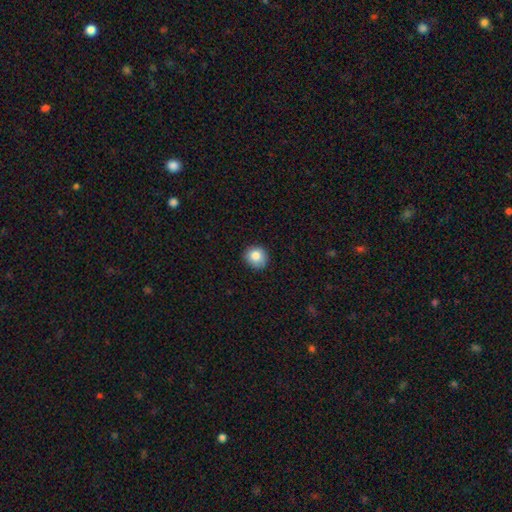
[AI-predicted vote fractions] Smooth or featured? Predicted: smooth (p=0.84). How rounded? Predicted: round (p=0.87). Merging? Predicted: none (p=0.87).